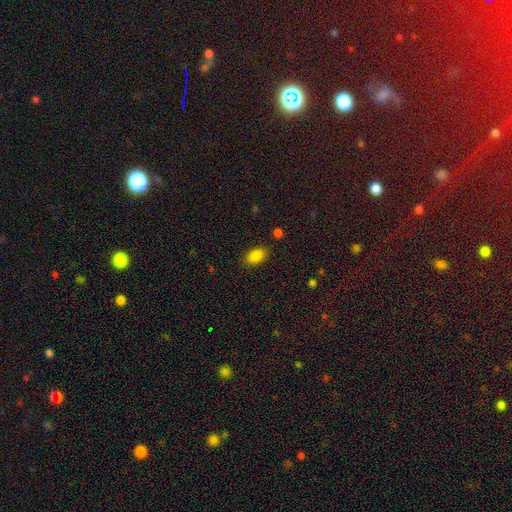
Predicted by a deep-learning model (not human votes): A smooth galaxy with no disk features (86%) that is in between round and cigar-shaped (90%).

Vote fractions:
- Smooth or featured? smooth: 86% / star or artifact: 9% / featured or disk: 5%
- How rounded? in between: 90% / round: 8% / cigar-shaped: 2%
- Merging? none: 86% / minor disturbance: 10% / major disturbance: 3% / merger: 2%